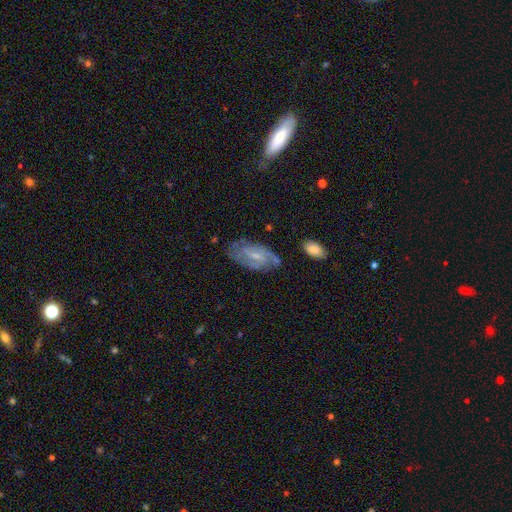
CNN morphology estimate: Q: Smooth or featured?
A: featured or disk (66%); runner-up: smooth (27%)
Q: Edge-on disk?
A: no (94%); runner-up: yes (6%)
Q: Bar?
A: weak (54%); runner-up: no (31%)
Q: Spiral arms?
A: yes (81%); runner-up: no (19%)
Q: Spiral winding?
A: tight (44%); runner-up: medium (41%)
Q: Spiral arm count?
A: 2 (50%); runner-up: can't tell (34%)
Q: Bulge size?
A: small (57%); runner-up: moderate (26%)
Q: Merging?
A: none (63%); runner-up: minor disturbance (24%)